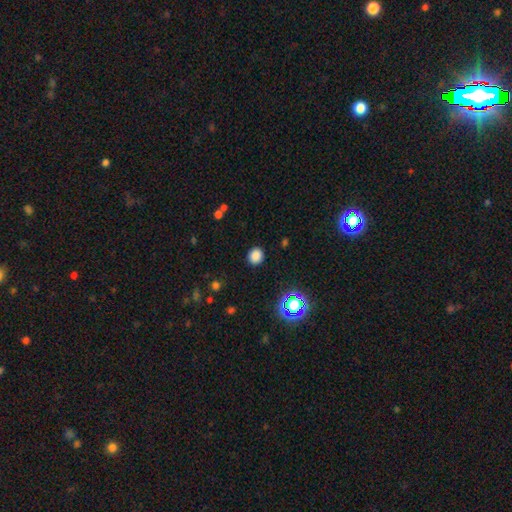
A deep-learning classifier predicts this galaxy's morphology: A smooth galaxy with no disk features (82%) that is round (83%). Merging: none (90%).